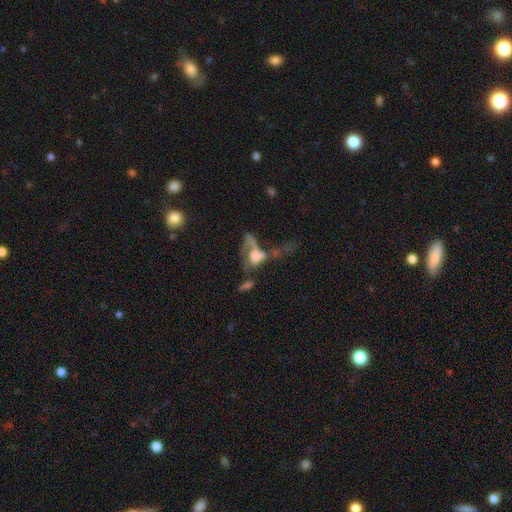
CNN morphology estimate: A featured or disk galaxy (50%).

Vote fractions:
- Smooth or featured? featured or disk: 50% / smooth: 37% / star or artifact: 14%
- Merging? merger: 41% / major disturbance: 40% / none: 12% / minor disturbance: 7%